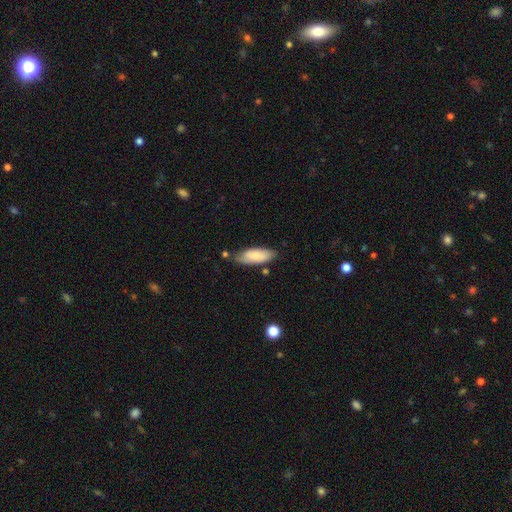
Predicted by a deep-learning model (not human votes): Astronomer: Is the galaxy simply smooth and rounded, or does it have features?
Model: smooth — 75%.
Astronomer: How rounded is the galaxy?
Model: in between — 73%.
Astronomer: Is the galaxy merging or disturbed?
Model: none — 69%.